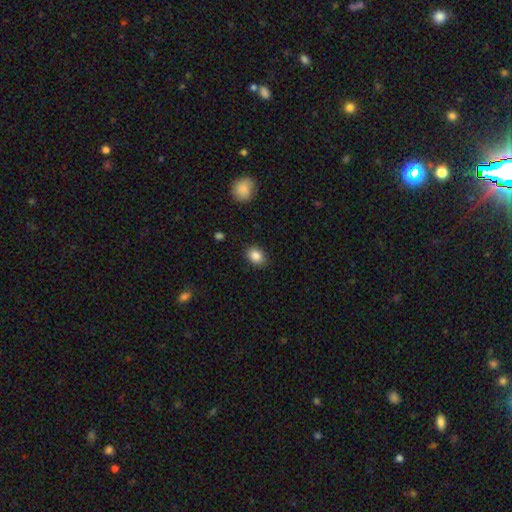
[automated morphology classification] This appears to be a smooth galaxy with no disk features (86%) that is in between round and cigar-shaped (65%). Merging: none (86%).